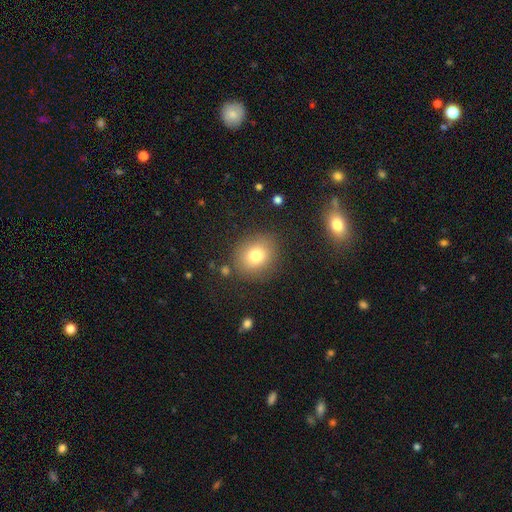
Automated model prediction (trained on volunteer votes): Smooth or featured? smooth (77%)
How rounded? round (76%)
Merging? none (84%)